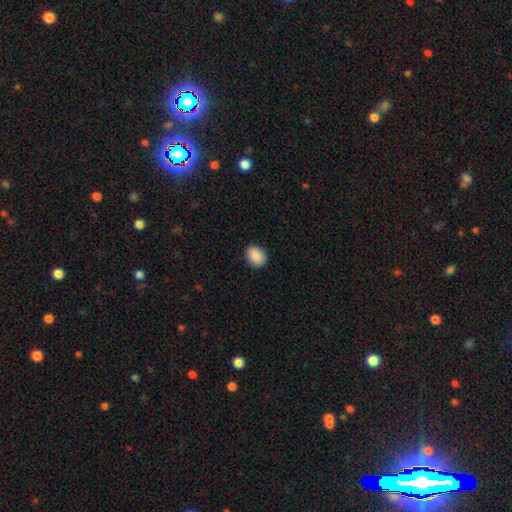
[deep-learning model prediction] Smooth or featured?
  - smooth: 90% *
  - star or artifact: 7%
  - featured or disk: 3%
How rounded?
  - in between: 56% *
  - round: 43%
  - cigar-shaped: 1%
Merging?
  - none: 89% *
  - minor disturbance: 8%
  - major disturbance: 2%
  - merger: 1%